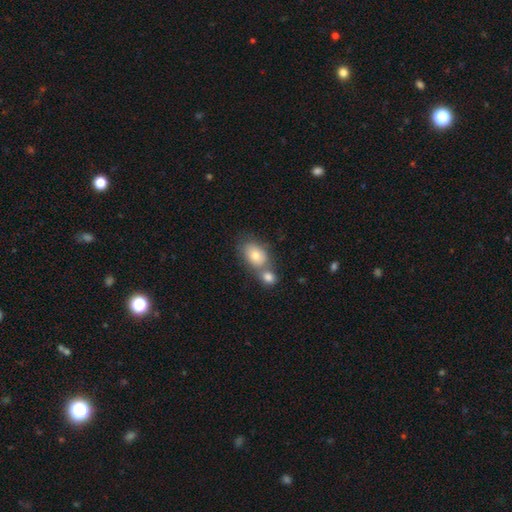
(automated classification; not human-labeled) This is likely a smooth galaxy (77%). How rounded: likely in between (80%). Merging: possibly merger (46%).